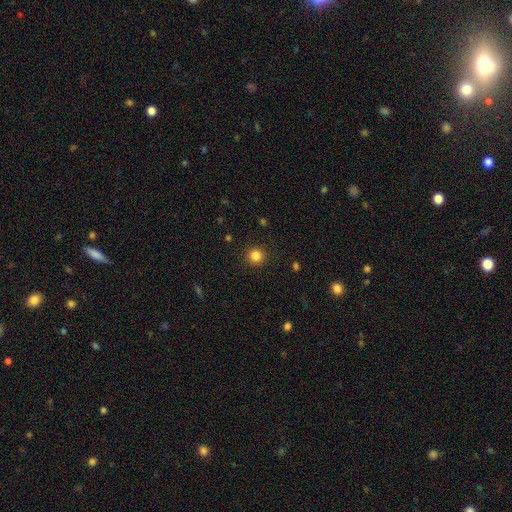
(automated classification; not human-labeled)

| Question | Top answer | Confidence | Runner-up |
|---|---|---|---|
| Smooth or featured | smooth | 84% | star or artifact (12%) |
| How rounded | round | 95% | in between (4%) |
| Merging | none | 92% | minor disturbance (5%) |